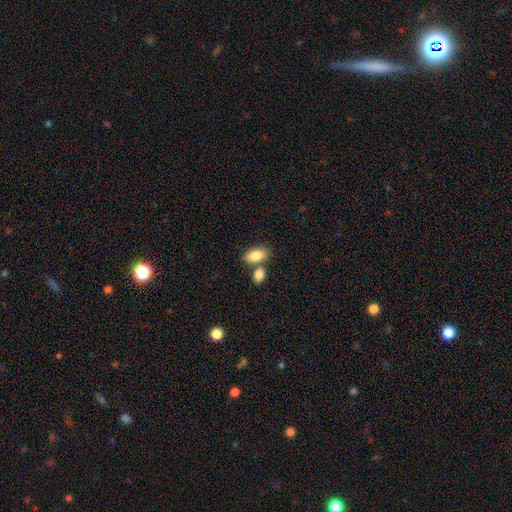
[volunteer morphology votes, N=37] Volunteers were most divided on "merging": none: 56%, merger: 36%, minor disturbance: 6%, major disturbance: 3%. More confident: how rounded — in between (94%); smooth or featured — smooth (89%).